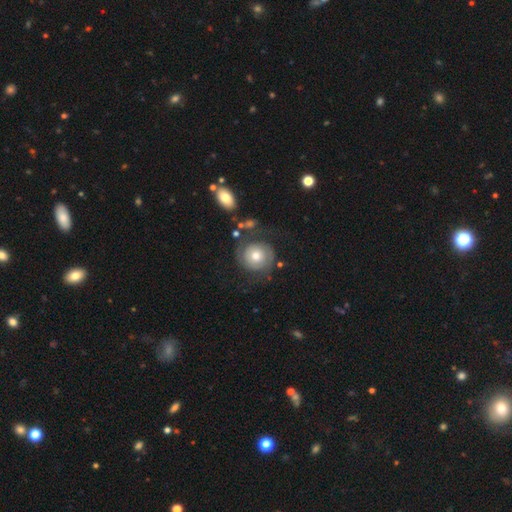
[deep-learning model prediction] Smooth or featured?
  - featured or disk: 60% *
  - smooth: 33%
  - star or artifact: 7%
Edge-on disk?
  - no: 97% *
  - yes: 3%
Bar?
  - no: 83% *
  - weak: 14%
  - strong: 3%
Spiral arms?
  - yes: 82% *
  - no: 18%
Bulge size?
  - moderate: 68% *
  - small: 17%
  - large: 12%
  - dominant: 2%
  - none: 2%
Merging?
  - none: 64% *
  - minor disturbance: 16%
  - major disturbance: 15%
  - merger: 5%